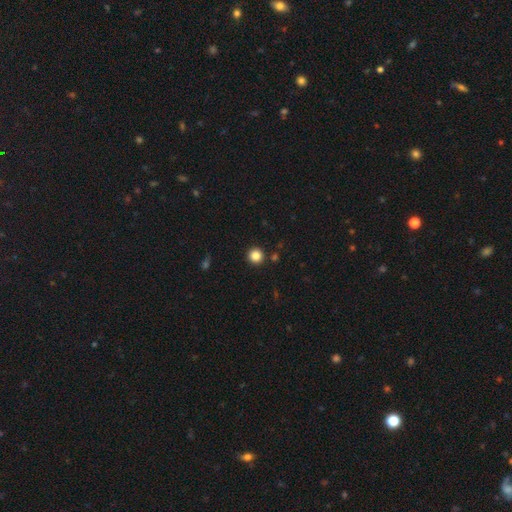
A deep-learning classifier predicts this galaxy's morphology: smooth-or-featured: smooth: 85% | star or artifact: 11% | featured or disk: 4%
  how-rounded: round: 95% | in between: 4% | cigar-shaped: 1%
  merging: none: 91% | minor disturbance: 5% | merger: 2% | major disturbance: 2%